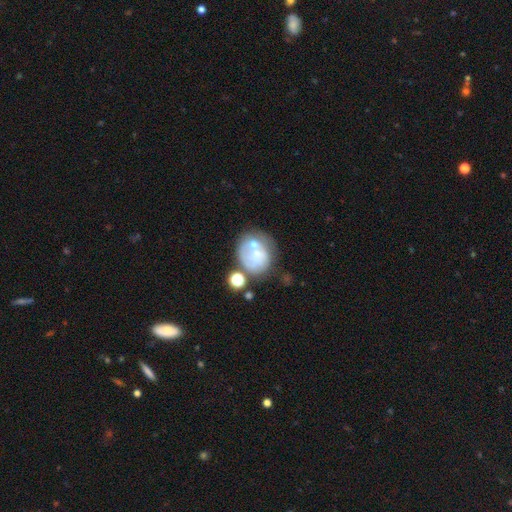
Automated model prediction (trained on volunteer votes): The model was most divided on "smooth or featured" (2-way tie): featured or disk: 45%, smooth: 45%, star or artifact: 10%. Remaining: merging — none (37%).